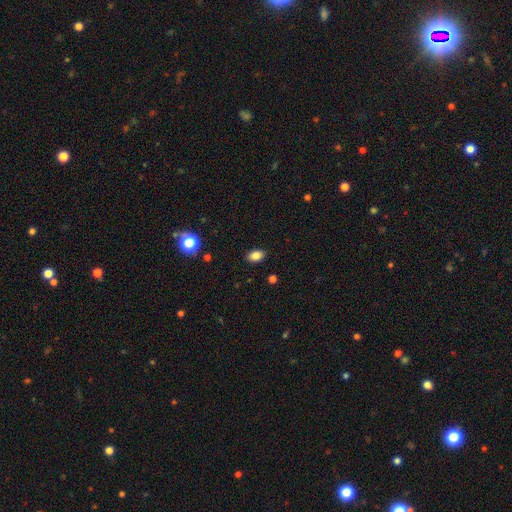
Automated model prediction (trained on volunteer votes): This appears to be a smooth galaxy with no disk features (84%) that is in between round and cigar-shaped (86%). Merging: none (89%).